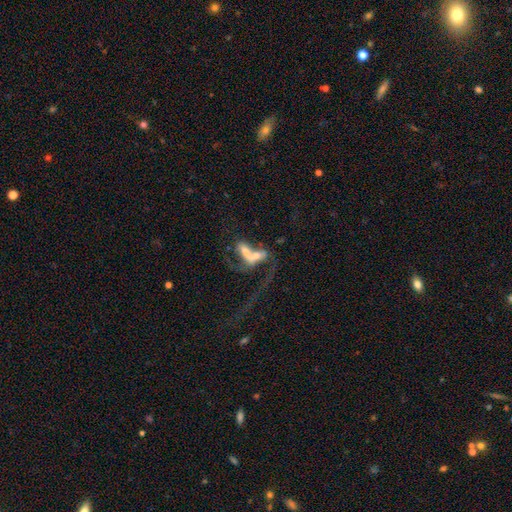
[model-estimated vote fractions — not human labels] Q: Smooth or featured?
A: featured or disk (48%); runner-up: smooth (42%)
Q: Merging?
A: merger (67%); runner-up: major disturbance (18%)